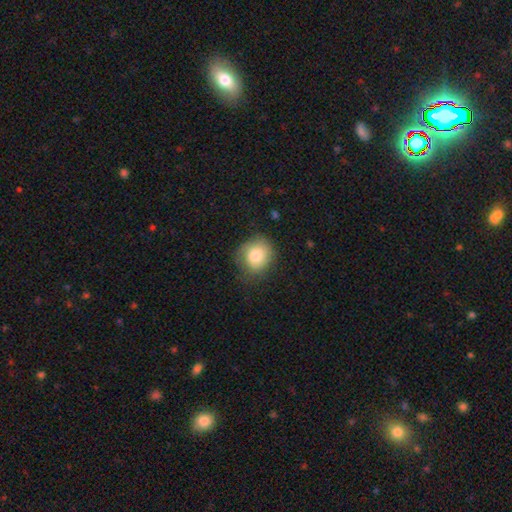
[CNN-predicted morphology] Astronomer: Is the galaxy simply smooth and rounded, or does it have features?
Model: smooth — 79%.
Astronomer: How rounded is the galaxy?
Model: round — 73%.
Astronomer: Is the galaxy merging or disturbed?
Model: none — 65%.